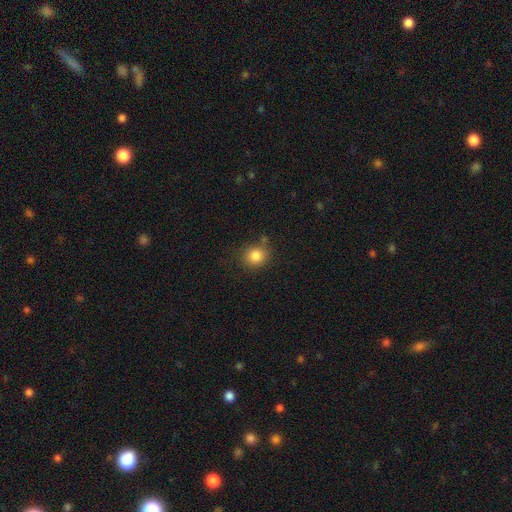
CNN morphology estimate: Smooth or featured?
  - smooth: 83% *
  - star or artifact: 11%
  - featured or disk: 6%
How rounded?
  - round: 81% *
  - in between: 18%
  - cigar-shaped: 1%
Merging?
  - none: 77% *
  - minor disturbance: 14%
  - merger: 5%
  - major disturbance: 4%